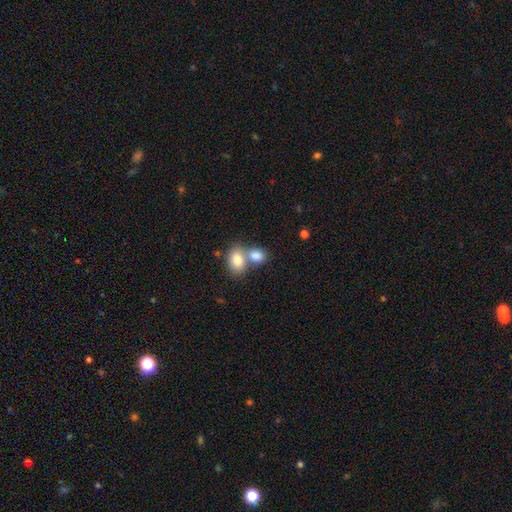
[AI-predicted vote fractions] Smooth or featured? smooth (82%)
How rounded? in between (65%)
Merging? merger (56%)